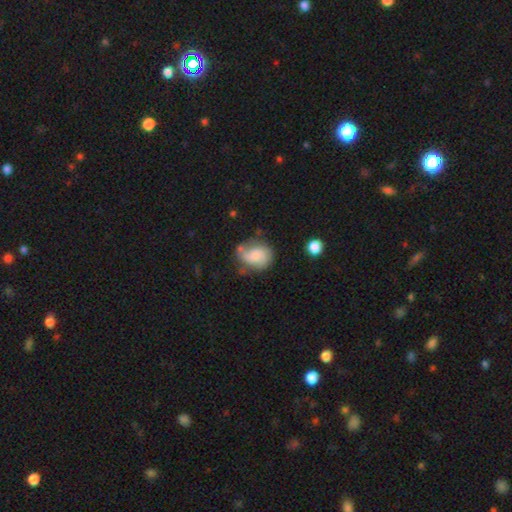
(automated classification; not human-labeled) This is possibly a smooth galaxy (56%). How rounded: possibly in between (51%). Merging: possibly none (50%).